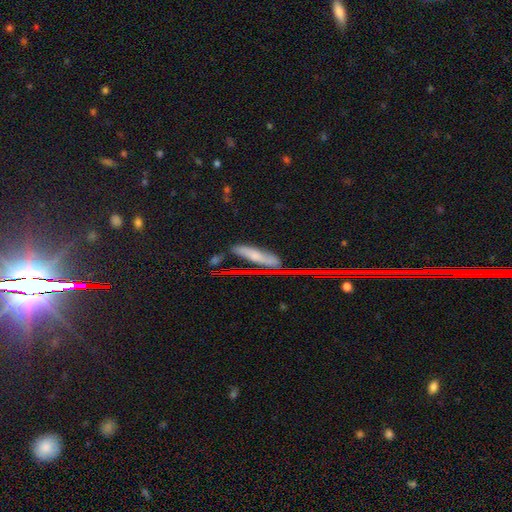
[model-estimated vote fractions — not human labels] smooth 52%, featured or disk 28%, star or artifact 19%. Down the decision tree: how rounded — cigar-shaped (70%); merging — none (67%).